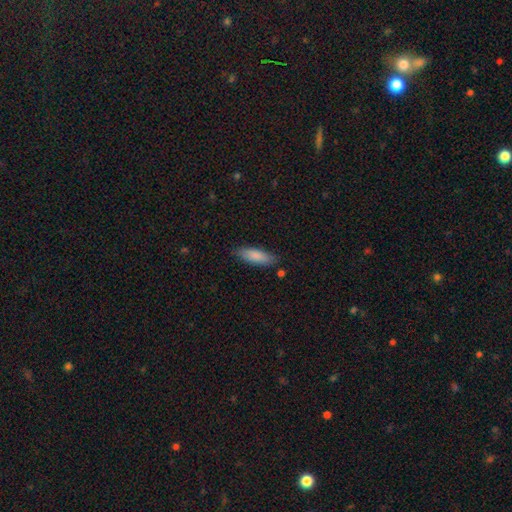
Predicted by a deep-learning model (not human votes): Q: Smooth or featured?
A: smooth (86%); runner-up: featured or disk (9%)
Q: How rounded?
A: in between (53%); runner-up: cigar-shaped (45%)
Q: Merging?
A: none (83%); runner-up: minor disturbance (13%)